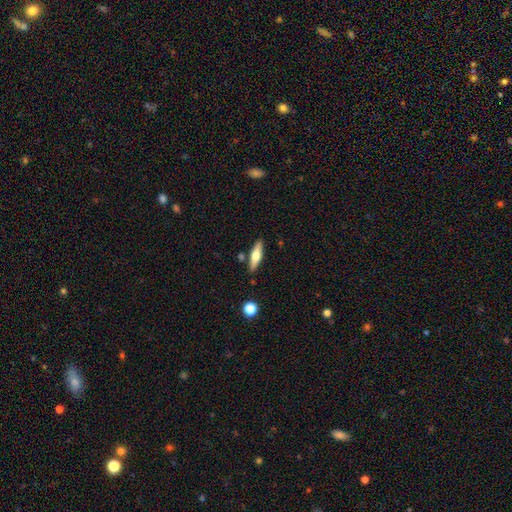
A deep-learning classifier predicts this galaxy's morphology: A smooth galaxy with no disk features (50%). Merging: none (83%).